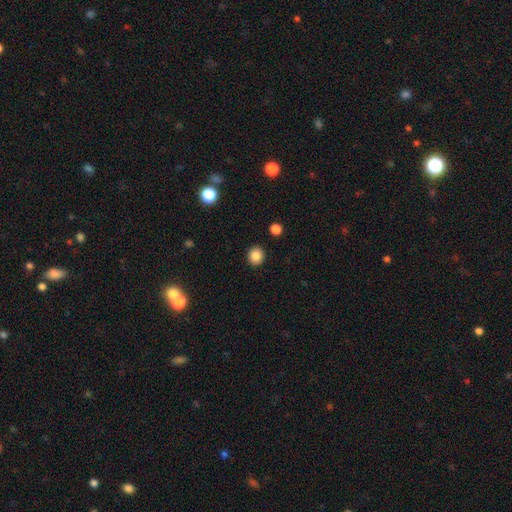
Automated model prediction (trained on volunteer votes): Smooth or featured? smooth (86%)
How rounded? round (85%)
Merging? none (91%)